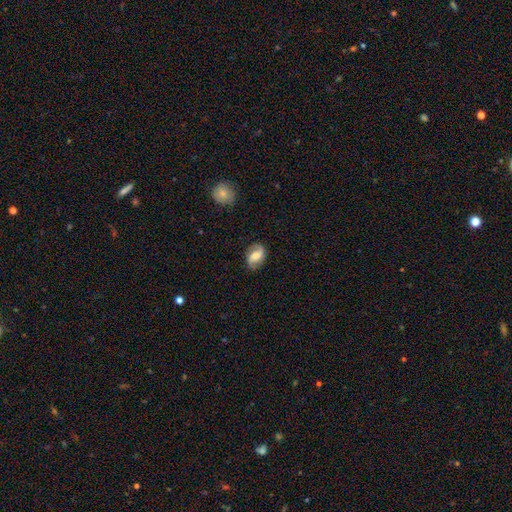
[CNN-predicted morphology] featured or disk 61%, smooth 32%, star or artifact 7%. Down the decision tree: edge-on disk — no (97%); bar — weak (45%); spiral arms — yes (90%); spiral arm count — 2 (90%); spiral winding — loose (51%); bulge size — moderate (60%); merging — none (82%).